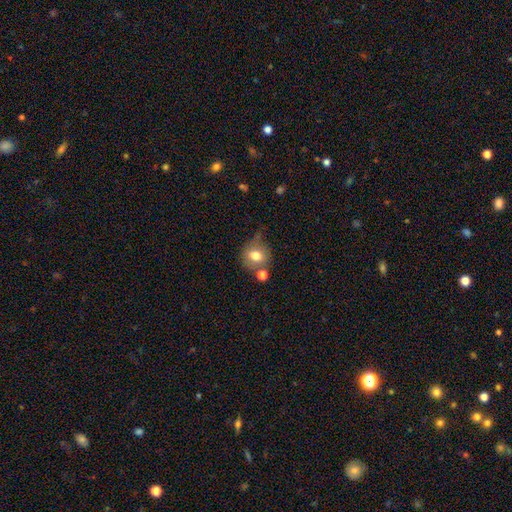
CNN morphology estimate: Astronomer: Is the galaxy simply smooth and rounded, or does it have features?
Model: smooth — 74%.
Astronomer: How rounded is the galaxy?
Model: round — 74%.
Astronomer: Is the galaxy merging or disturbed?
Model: none — 57%.